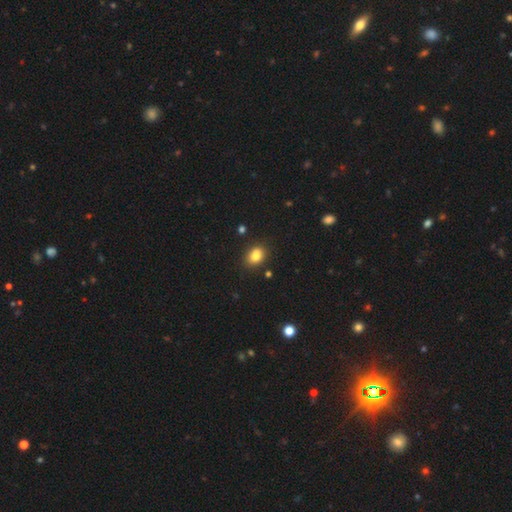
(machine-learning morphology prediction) Q: Smooth or featured?
A: smooth (83%); runner-up: star or artifact (11%)
Q: How rounded?
A: in between (65%); runner-up: round (34%)
Q: Merging?
A: none (79%); runner-up: minor disturbance (13%)